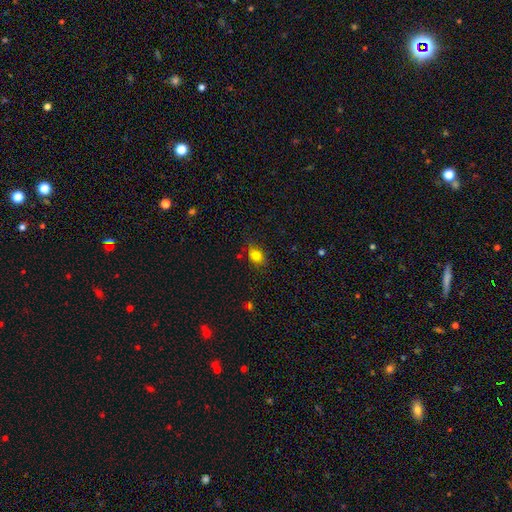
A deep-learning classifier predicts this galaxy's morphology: Q: Smooth or featured?
A: smooth (81%); runner-up: star or artifact (11%)
Q: How rounded?
A: in between (64%); runner-up: round (34%)
Q: Merging?
A: none (75%); runner-up: minor disturbance (19%)